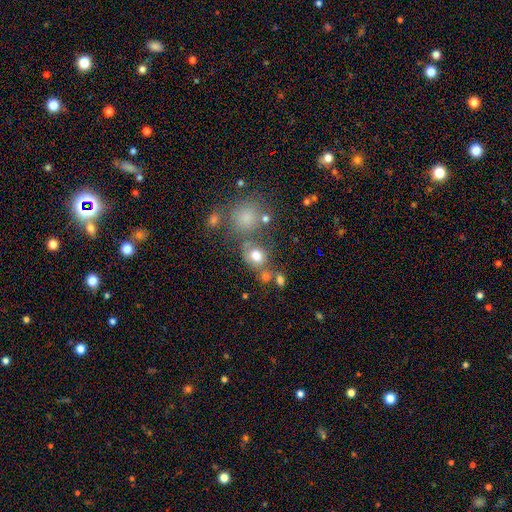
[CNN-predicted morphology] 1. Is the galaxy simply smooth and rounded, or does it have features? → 73% smooth, 15% star or artifact, 12% featured or disk.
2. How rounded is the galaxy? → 62% round, 36% in between, 1% cigar-shaped.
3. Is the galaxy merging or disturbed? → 52% none, 24% merger, 15% minor disturbance, 9% major disturbance.